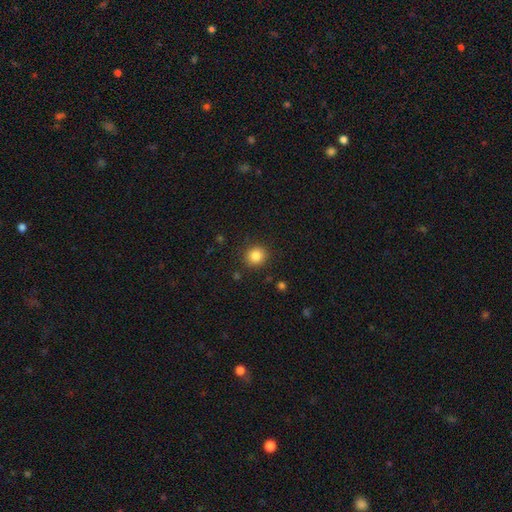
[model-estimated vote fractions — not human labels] A smooth galaxy with no disk features (84%) that is round (87%).

Vote fractions:
- Smooth or featured? smooth: 84% / star or artifact: 11% / featured or disk: 5%
- How rounded? round: 87% / in between: 12% / cigar-shaped: 1%
- Merging? none: 89% / minor disturbance: 7% / major disturbance: 2% / merger: 1%